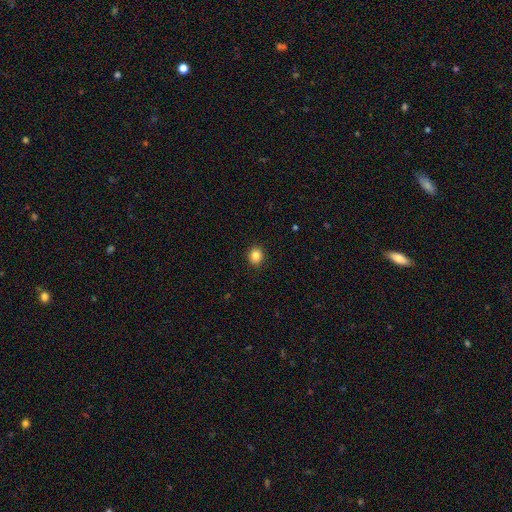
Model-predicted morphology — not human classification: This appears to be a smooth galaxy with no disk features (84%) that is round (75%). Merging: none (91%).